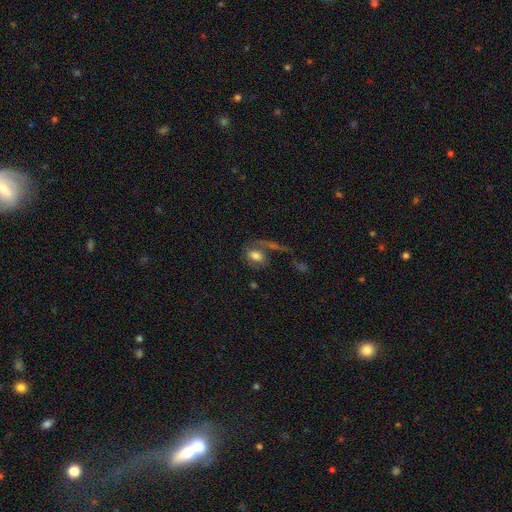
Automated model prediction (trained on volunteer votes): This is likely a smooth galaxy (65%). How rounded: clearly in between (81%). Merging: marginally none (41%).